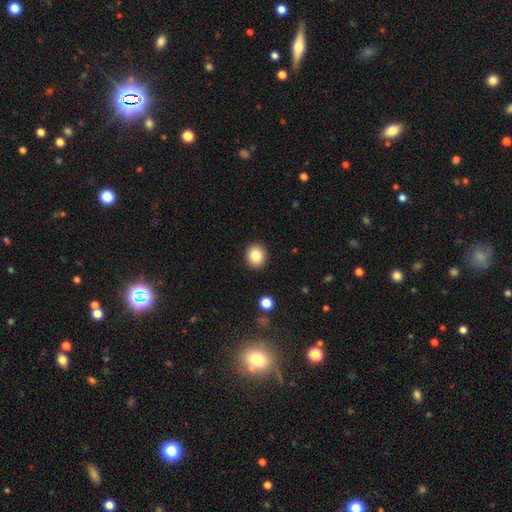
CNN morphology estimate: smooth-or-featured: smooth: 83% | star or artifact: 10% | featured or disk: 7%
  how-rounded: round: 81% | in between: 18% | cigar-shaped: 1%
  merging: none: 91% | minor disturbance: 6% | major disturbance: 2% | merger: 1%